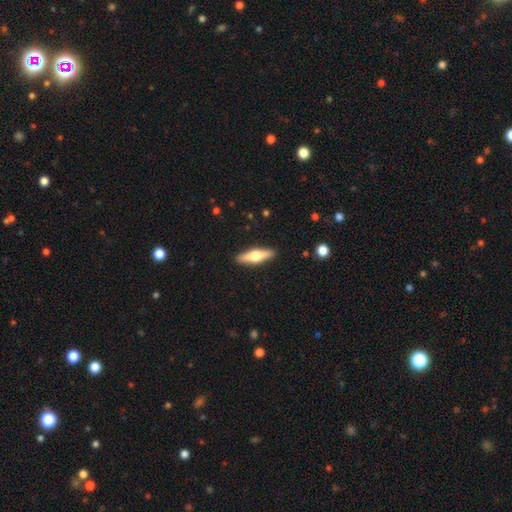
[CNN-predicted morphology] smooth-or-featured: featured or disk: 48% | smooth: 47% | star or artifact: 5%
  merging: none: 90% | minor disturbance: 7% | major disturbance: 2% | merger: 1%